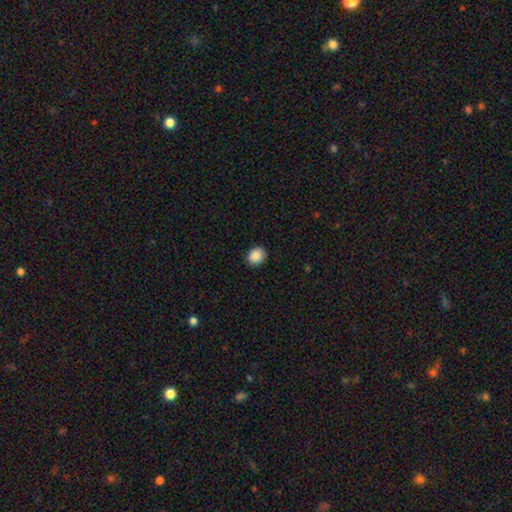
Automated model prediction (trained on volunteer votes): The model was most divided on "how rounded": round: 65%, in between: 34%, cigar-shaped: 1%. More confident: smooth or featured — smooth (89%); merging — none (89%).